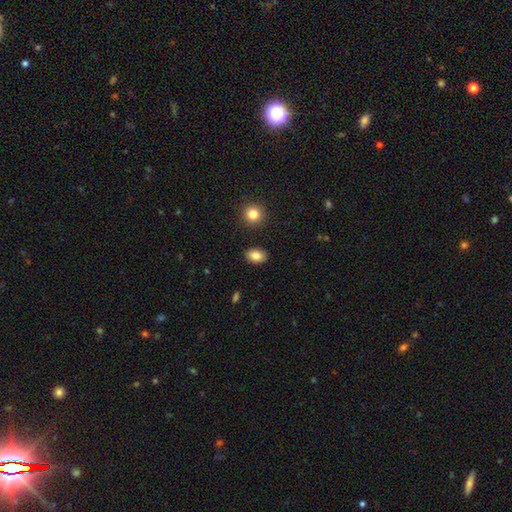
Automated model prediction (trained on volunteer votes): Smooth or featured? Predicted: smooth (p=0.85). How rounded? Predicted: in between (p=0.81). Merging? Predicted: none (p=0.88).